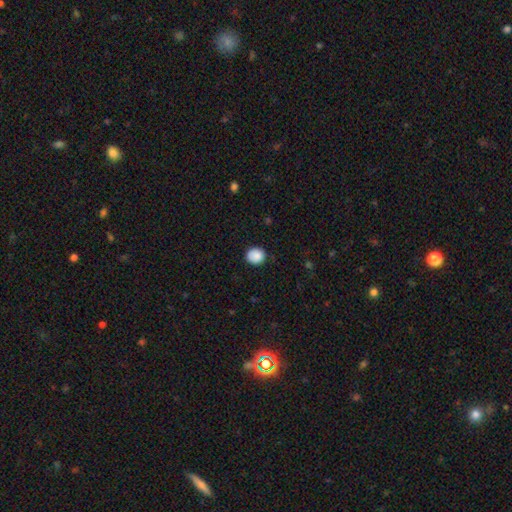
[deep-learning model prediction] A smooth galaxy with no disk features (87%) that is round (82%).

Vote fractions:
- Smooth or featured? smooth: 87% / star or artifact: 8% / featured or disk: 4%
- How rounded? round: 82% / in between: 17% / cigar-shaped: 1%
- Merging? none: 85% / minor disturbance: 12% / major disturbance: 3% / merger: 1%